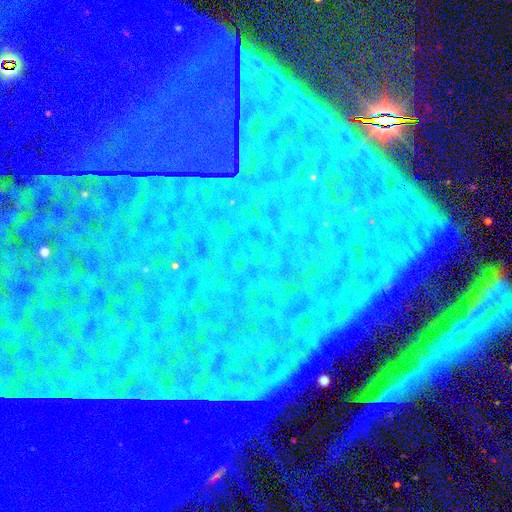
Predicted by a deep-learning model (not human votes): Smooth or featured? Predicted: star or artifact (p=0.86).